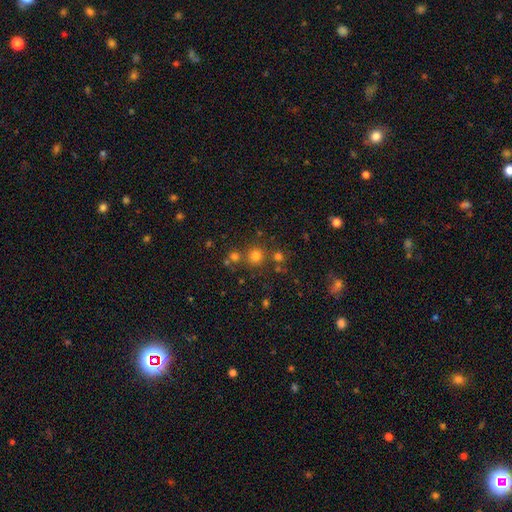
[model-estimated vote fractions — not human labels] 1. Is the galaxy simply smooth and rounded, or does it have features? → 73% smooth, 20% star or artifact, 7% featured or disk.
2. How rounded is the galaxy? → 92% round, 7% in between, 1% cigar-shaped.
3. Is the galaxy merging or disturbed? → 74% none, 14% merger, 8% minor disturbance, 4% major disturbance.